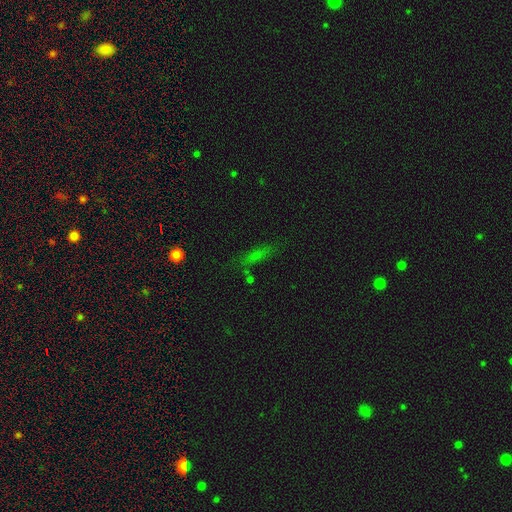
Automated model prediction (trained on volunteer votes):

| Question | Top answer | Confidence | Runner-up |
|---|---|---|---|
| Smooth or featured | smooth | 44% | star or artifact (33%) |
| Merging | none | 64% | minor disturbance (17%) |